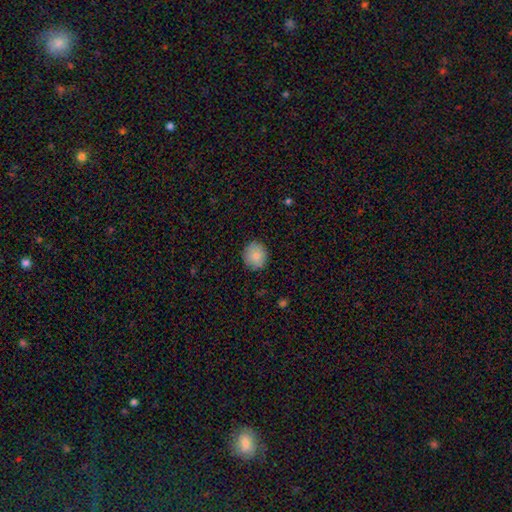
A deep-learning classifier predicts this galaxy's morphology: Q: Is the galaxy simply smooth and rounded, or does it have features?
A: smooth — 84%.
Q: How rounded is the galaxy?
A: round — 82%.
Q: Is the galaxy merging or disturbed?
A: none — 88%.